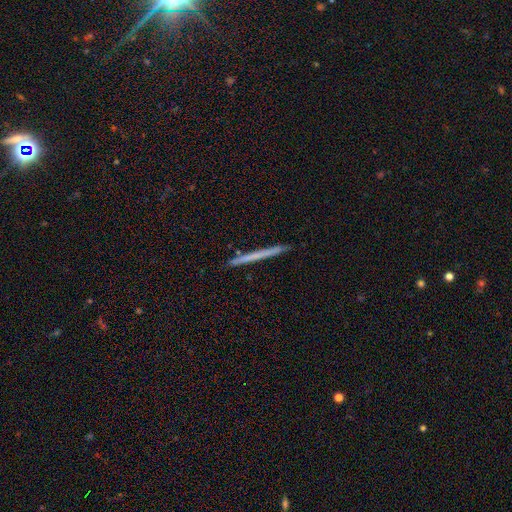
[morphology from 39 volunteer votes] This is possibly a smooth galaxy (51%). How rounded: clearly cigar-shaped (95%). Merging: clearly none (90%).